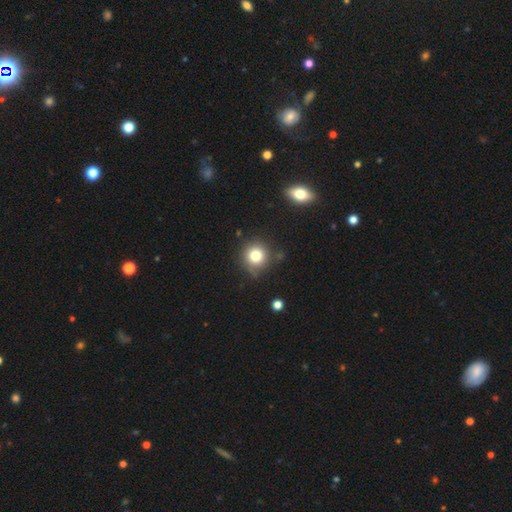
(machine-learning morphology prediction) The model was most divided on "merging": none: 77%, minor disturbance: 15%, merger: 4%, major disturbance: 4%. More confident: how rounded — round (92%); smooth or featured — smooth (78%).